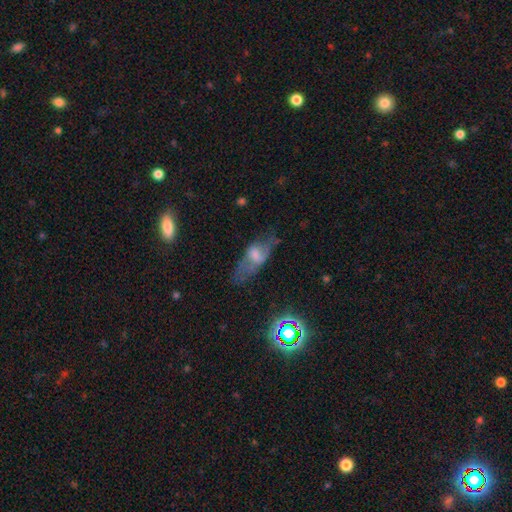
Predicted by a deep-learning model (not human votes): featured or disk 48%, smooth 32%, star or artifact 20%. Down the decision tree: merging — none (59%).